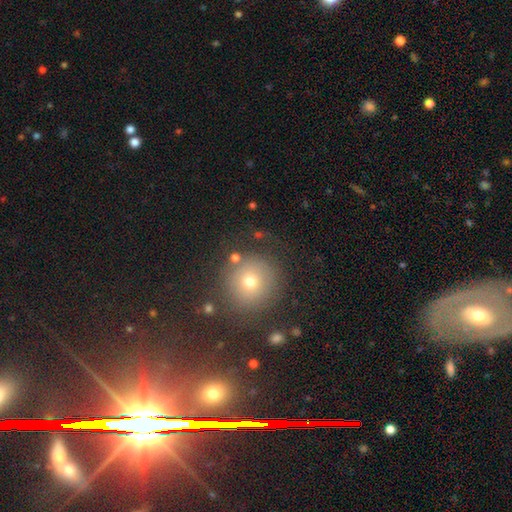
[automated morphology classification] Smooth or featured: star or artifact — 39% (tied with smooth — 39%)